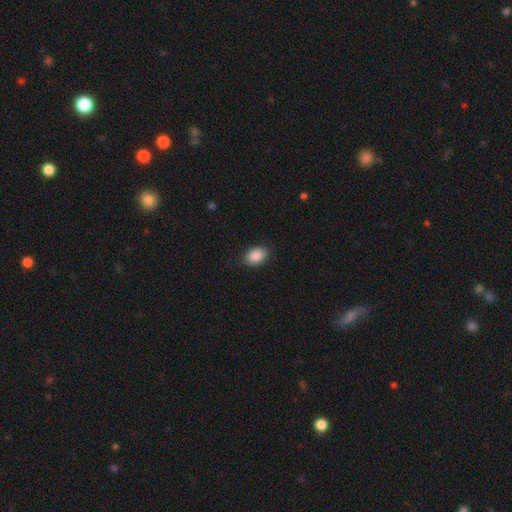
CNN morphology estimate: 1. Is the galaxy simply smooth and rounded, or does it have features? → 90% smooth, 7% star or artifact, 3% featured or disk.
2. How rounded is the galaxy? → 82% in between, 17% round, 1% cigar-shaped.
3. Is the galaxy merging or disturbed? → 86% none, 11% minor disturbance, 3% major disturbance, 1% merger.